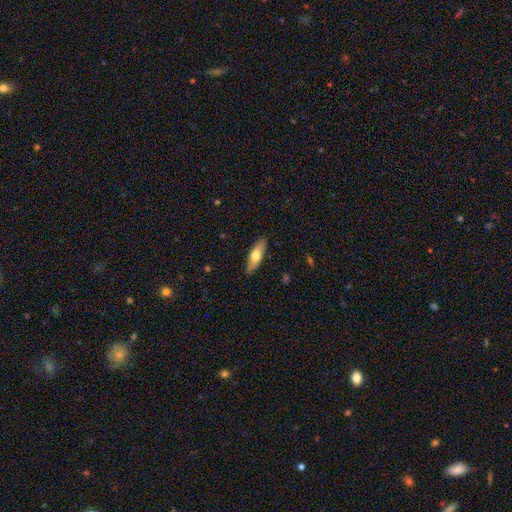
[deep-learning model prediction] Smooth or featured? smooth (62%)
How rounded? in between (52%)
Merging? none (87%)